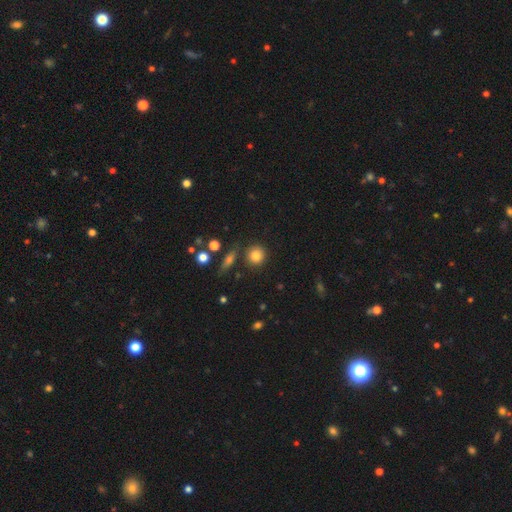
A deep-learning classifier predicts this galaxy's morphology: smooth-or-featured: smooth: 83% | star or artifact: 10% | featured or disk: 7%
  how-rounded: round: 88% | in between: 10% | cigar-shaped: 2%
  merging: none: 83% | minor disturbance: 9% | merger: 5% | major disturbance: 3%